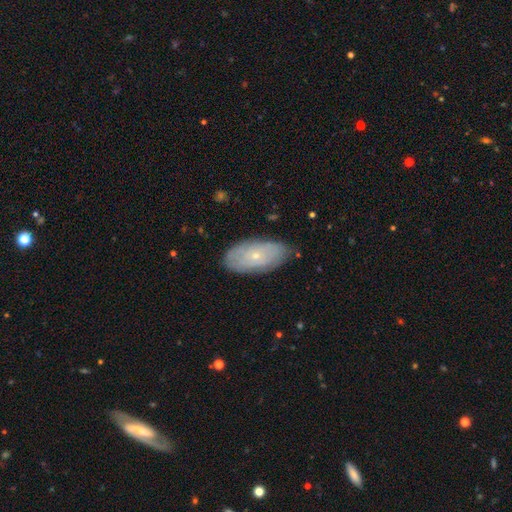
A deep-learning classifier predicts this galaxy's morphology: featured or disk 47%, smooth 46%, star or artifact 7%. Down the decision tree: merging — none (80%).